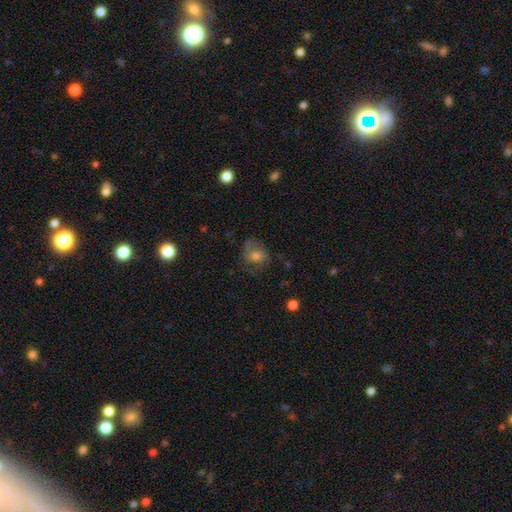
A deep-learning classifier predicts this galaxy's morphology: smooth 49%, featured or disk 38%, star or artifact 13%. Down the decision tree: merging — none (57%).